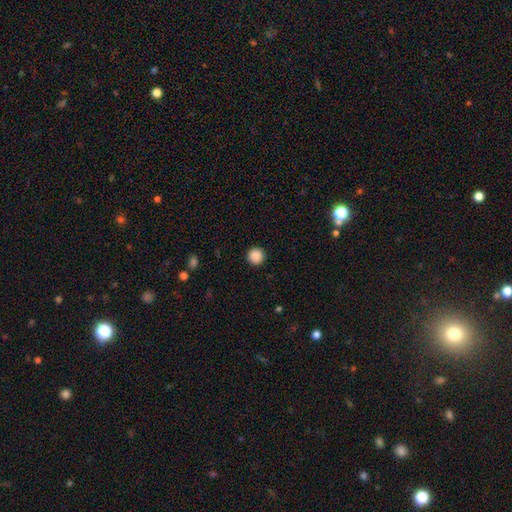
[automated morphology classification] Smooth or featured?
  - smooth: 89% *
  - star or artifact: 9%
  - featured or disk: 2%
How rounded?
  - round: 96% *
  - in between: 3%
  - cigar-shaped: 1%
Merging?
  - none: 93% *
  - minor disturbance: 4%
  - major disturbance: 2%
  - merger: 1%